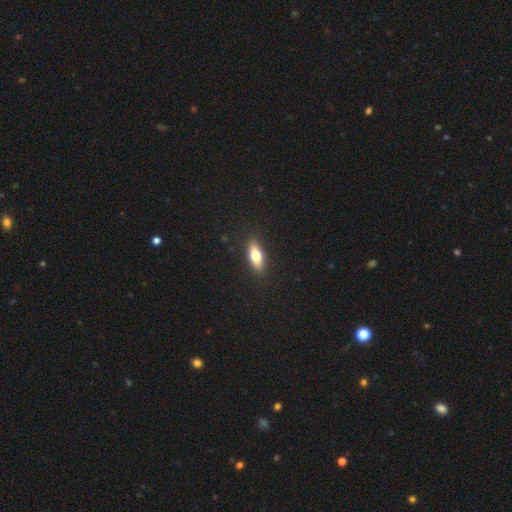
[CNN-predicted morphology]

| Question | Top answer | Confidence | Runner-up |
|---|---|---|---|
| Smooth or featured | smooth | 68% | featured or disk (26%) |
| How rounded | in between | 63% | cigar-shaped (33%) |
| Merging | none | 88% | minor disturbance (8%) |